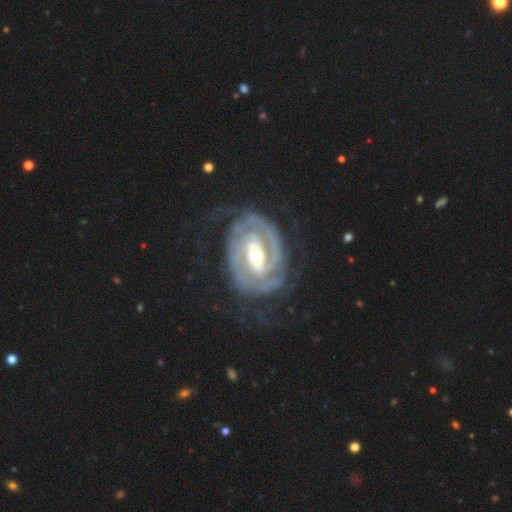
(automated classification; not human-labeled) A featured or disk galaxy (91%) with a strong bar (52%), 2 (63%) tight (66%) spiral arms (96%) and a moderate central bulge (64%).

Vote fractions:
- Smooth or featured? featured or disk: 91% / smooth: 5% / star or artifact: 4%
- Edge-on disk? no: 97% / yes: 3%
- Bar? strong: 52% / weak: 35% / no: 13%
- Spiral arms? yes: 96% / no: 4%
- Spiral winding? tight: 66% / medium: 27% / loose: 7%
- Spiral arm count? 2: 63% / can't tell: 14% / 3: 12% / 1: 4% / 4: 4% / more than 4: 3%
- Bulge size? moderate: 64% / small: 28% / large: 6% / dominant: 1% / none: 1%
- Merging? none: 65% / minor disturbance: 18% / major disturbance: 15% / merger: 2%